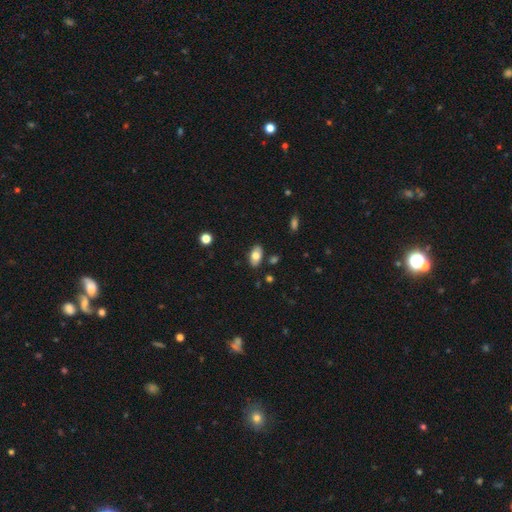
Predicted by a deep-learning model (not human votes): smooth 77%, featured or disk 16%, star or artifact 7%. Down the decision tree: how rounded — in between (93%); merging — none (85%).